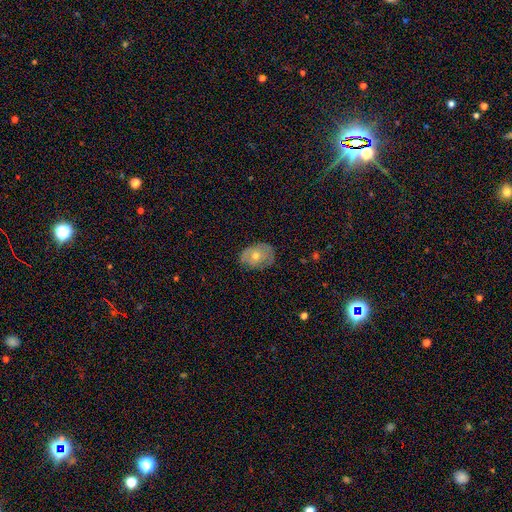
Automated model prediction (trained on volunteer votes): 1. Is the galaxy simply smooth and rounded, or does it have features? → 48% smooth, 42% featured or disk, 10% star or artifact.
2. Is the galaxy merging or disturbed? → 71% none, 22% minor disturbance, 6% major disturbance, 1% merger.